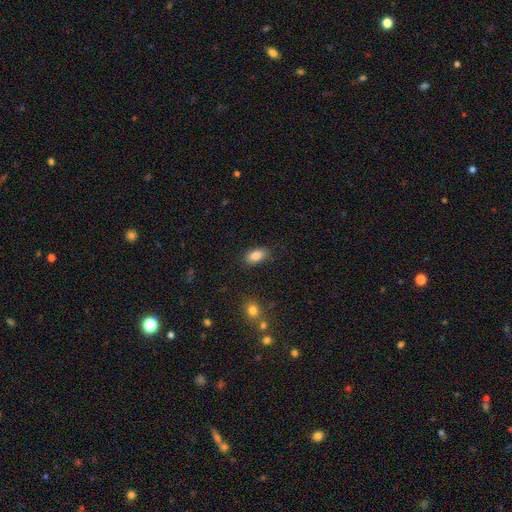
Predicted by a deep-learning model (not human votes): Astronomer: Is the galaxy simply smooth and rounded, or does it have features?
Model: smooth — 84%.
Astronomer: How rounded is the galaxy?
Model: in between — 91%.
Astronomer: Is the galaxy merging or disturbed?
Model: none — 85%.